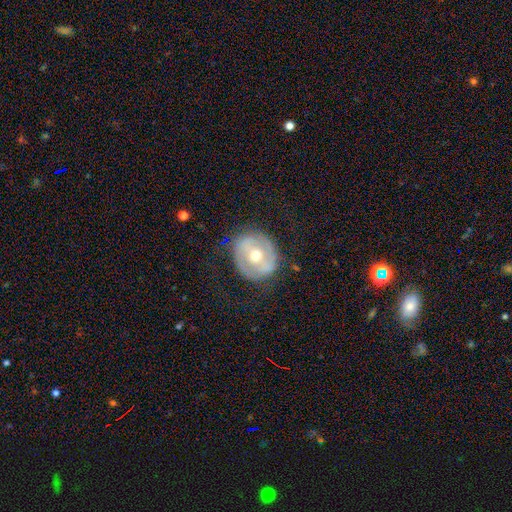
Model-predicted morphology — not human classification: Q: Smooth or featured?
A: featured or disk (61%); runner-up: smooth (33%)
Q: Edge-on disk?
A: no (95%); runner-up: yes (5%)
Q: Bar?
A: no (40%); runner-up: weak (33%)
Q: Spiral arms?
A: no (61%); runner-up: yes (39%)
Q: Bulge size?
A: moderate (70%); runner-up: small (25%)
Q: Merging?
A: none (78%); runner-up: minor disturbance (14%)